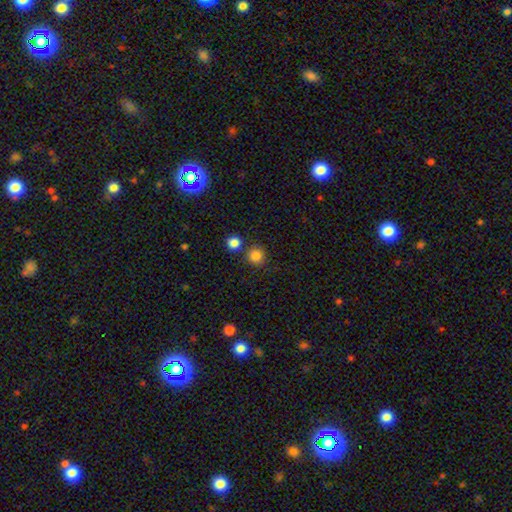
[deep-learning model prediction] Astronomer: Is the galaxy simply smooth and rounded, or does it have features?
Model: smooth — 84%.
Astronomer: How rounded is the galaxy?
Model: round — 93%.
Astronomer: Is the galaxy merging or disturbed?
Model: none — 79%.